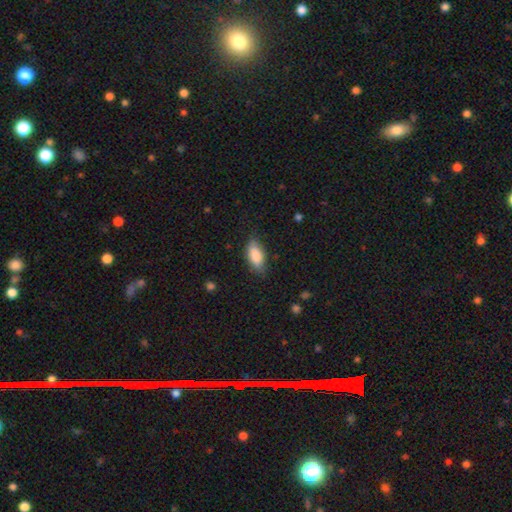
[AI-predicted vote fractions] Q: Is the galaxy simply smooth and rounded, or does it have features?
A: smooth — 82%.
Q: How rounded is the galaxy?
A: in between — 85%.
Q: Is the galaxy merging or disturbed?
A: none — 74%.